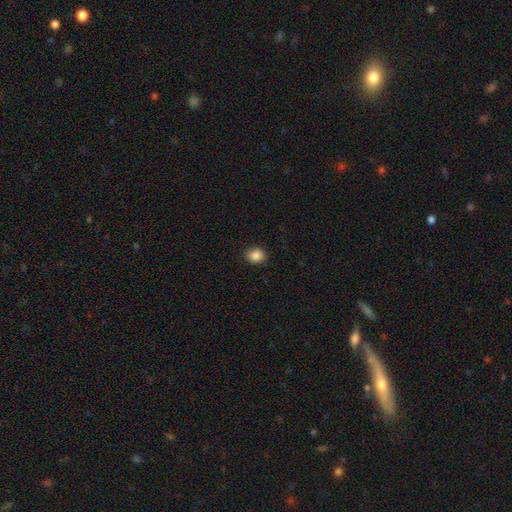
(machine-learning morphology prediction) type=smooth (87%); roundness=round (67%); merging=none (89%).